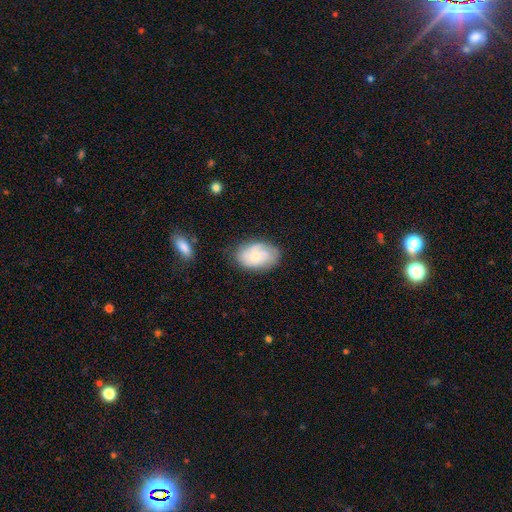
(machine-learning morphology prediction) This is possibly a featured or disk galaxy (48%). Merging: likely none (74%).